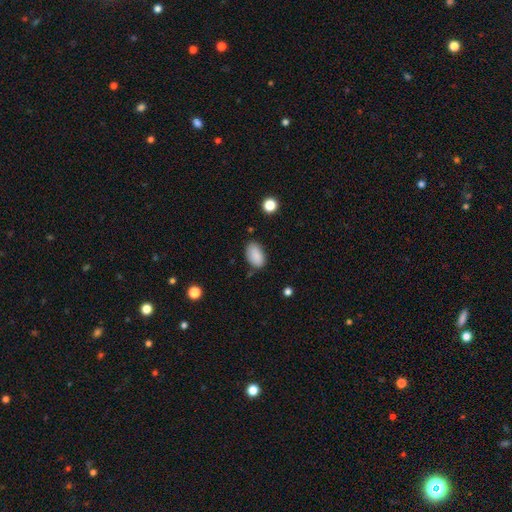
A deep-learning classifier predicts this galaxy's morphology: A smooth galaxy with no disk features (88%) that is in between round and cigar-shaped (93%).

Vote fractions:
- Smooth or featured? smooth: 88% / star or artifact: 7% / featured or disk: 5%
- How rounded? in between: 93% / round: 5% / cigar-shaped: 2%
- Merging? none: 78% / minor disturbance: 16% / major disturbance: 3% / merger: 2%